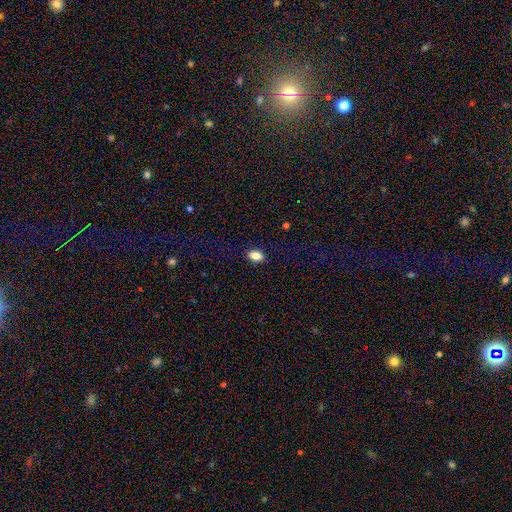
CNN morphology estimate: smooth_or_featured: smooth (p=0.86) [alt: star or artifact p=0.09]
how_rounded: in between (p=0.86) [alt: round p=0.11]
merging: none (p=0.89) [alt: minor disturbance p=0.08]